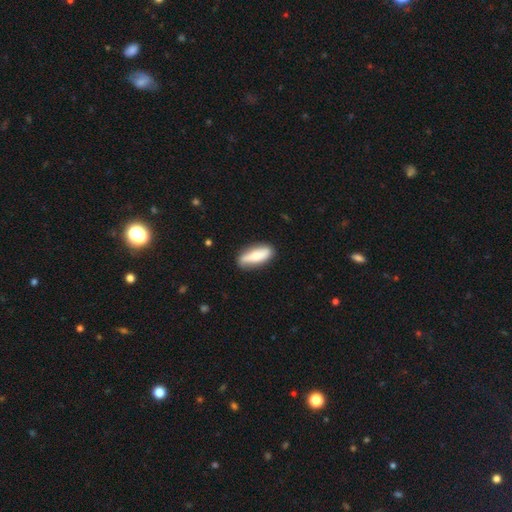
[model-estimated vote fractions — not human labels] A smooth galaxy with no disk features (62%) that is in between round and cigar-shaped (58%).

Vote fractions:
- Smooth or featured? smooth: 62% / featured or disk: 33% / star or artifact: 5%
- How rounded? in between: 58% / cigar-shaped: 39% / round: 3%
- Merging? none: 84% / minor disturbance: 12% / major disturbance: 2% / merger: 1%